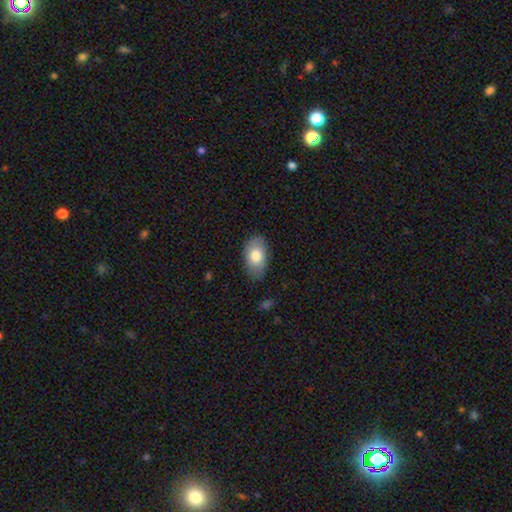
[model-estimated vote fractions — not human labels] The model was most divided on "smooth or featured": smooth: 78%, featured or disk: 15%, star or artifact: 6%. More confident: how rounded — in between (92%); merging — none (80%).